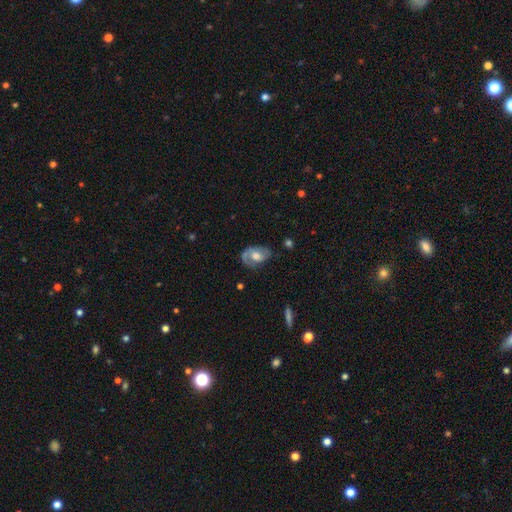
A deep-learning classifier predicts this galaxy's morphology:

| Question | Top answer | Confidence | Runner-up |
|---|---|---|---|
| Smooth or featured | featured or disk | 56% | smooth (37%) |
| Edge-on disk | no | 95% | yes (5%) |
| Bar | no | 69% | weak (26%) |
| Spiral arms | yes | 71% | no (29%) |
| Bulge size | moderate | 48% | large (37%) |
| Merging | none | 53% | minor disturbance (28%) |